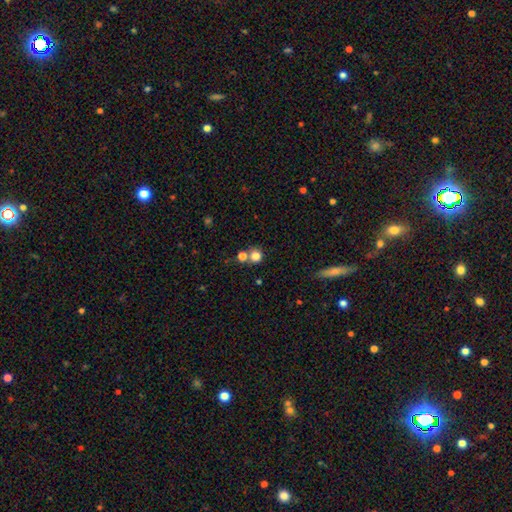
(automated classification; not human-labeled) This is likely a smooth galaxy (79%). How rounded: clearly round (89%). Merging: likely none (61%).